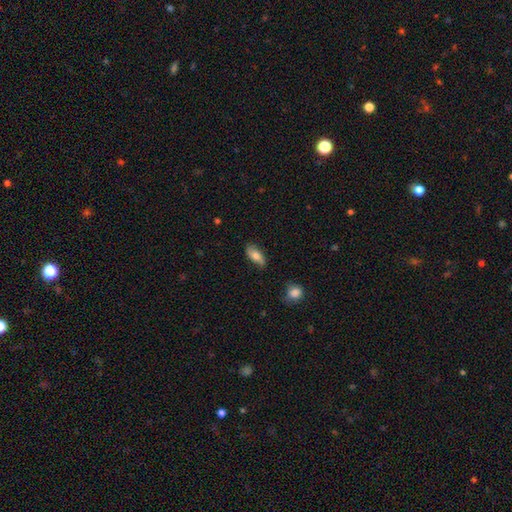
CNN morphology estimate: This appears to be a smooth galaxy with no disk features (71%) that is in between round and cigar-shaped (81%). Merging: none (79%).